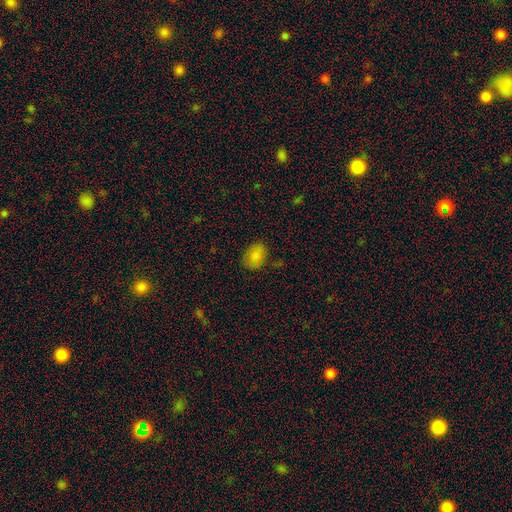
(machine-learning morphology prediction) smooth_or_featured: smooth (p=0.85) [alt: star or artifact p=0.11]
how_rounded: in between (p=0.82) [alt: round p=0.17]
merging: none (p=0.79) [alt: minor disturbance p=0.15]